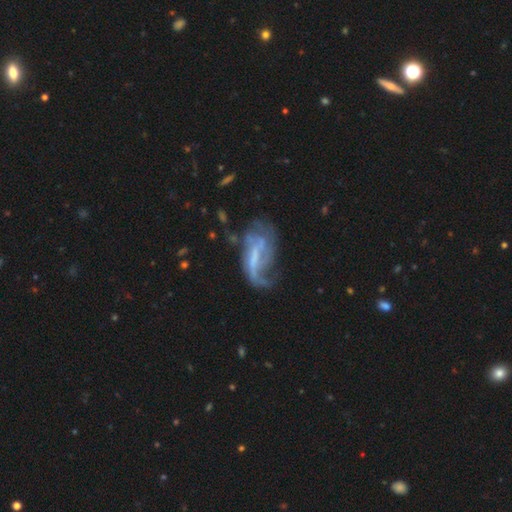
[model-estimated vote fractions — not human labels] Smooth or featured?
  - featured or disk: 71% *
  - smooth: 19%
  - star or artifact: 9%
Edge-on disk?
  - no: 92% *
  - yes: 8%
Bar?
  - weak: 38% *
  - strong: 35%
  - no: 27%
Spiral arms?
  - yes: 72% *
  - no: 28%
Bulge size?
  - none: 47% *
  - small: 29%
  - moderate: 19%
  - large: 4%
  - dominant: 1%
Merging?
  - major disturbance: 37% *
  - none: 34%
  - minor disturbance: 23%
  - merger: 6%